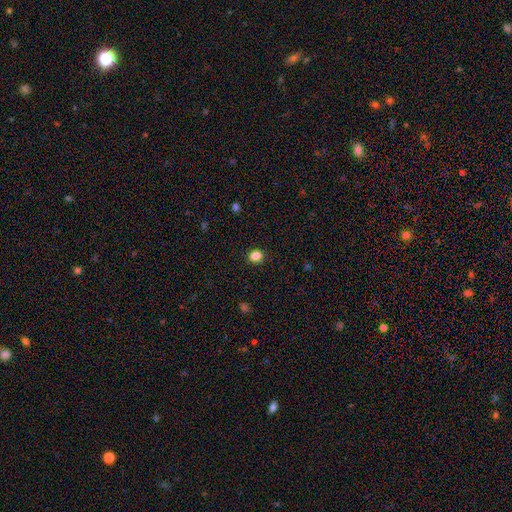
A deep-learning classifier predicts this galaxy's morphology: Smooth or featured? smooth (86%)
How rounded? round (61%)
Merging? none (90%)